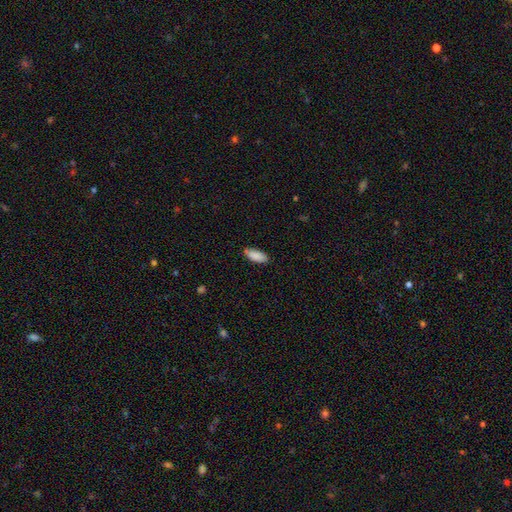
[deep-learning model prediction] A smooth galaxy with no disk features (89%) that is in between round and cigar-shaped (82%). Merging: none (81%).